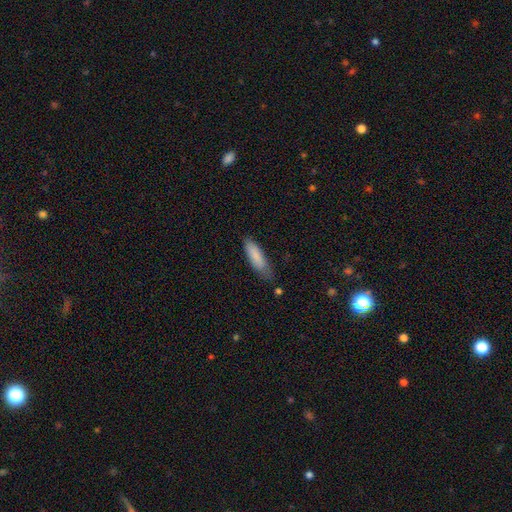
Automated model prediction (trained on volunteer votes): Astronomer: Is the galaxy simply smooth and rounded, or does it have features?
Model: smooth — 85%.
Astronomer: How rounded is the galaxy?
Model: cigar-shaped — 52% (runner-up: in between, 47%).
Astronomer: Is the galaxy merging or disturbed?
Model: none — 62%.